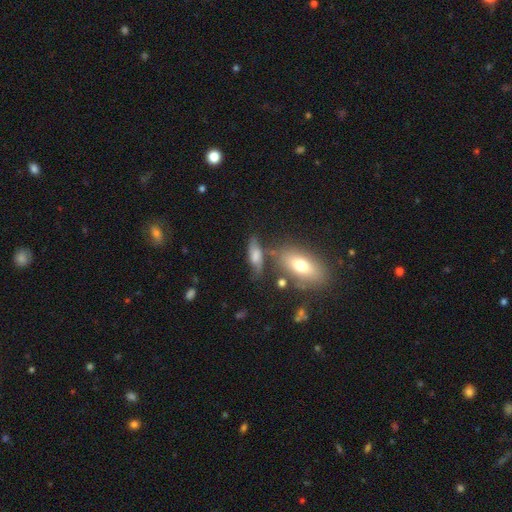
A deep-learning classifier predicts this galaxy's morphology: This appears to be a smooth galaxy with no disk features (57%) that is in between round and cigar-shaped (65%). Merging: none (53%).